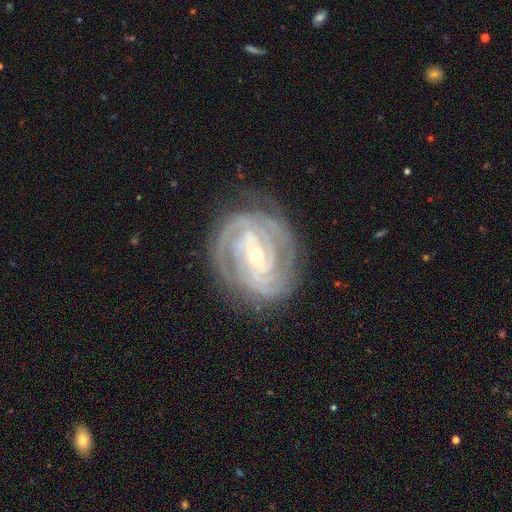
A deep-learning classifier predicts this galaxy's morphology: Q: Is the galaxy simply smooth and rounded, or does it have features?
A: featured or disk — 90%.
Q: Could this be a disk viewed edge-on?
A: no — 97%.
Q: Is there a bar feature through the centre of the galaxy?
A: weak — 40%.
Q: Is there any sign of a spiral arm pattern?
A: yes — 98%.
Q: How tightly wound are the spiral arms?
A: tight — 77%.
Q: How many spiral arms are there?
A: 3 — 28%.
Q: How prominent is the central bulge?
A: small — 63%.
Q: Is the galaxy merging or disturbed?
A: none — 79%.